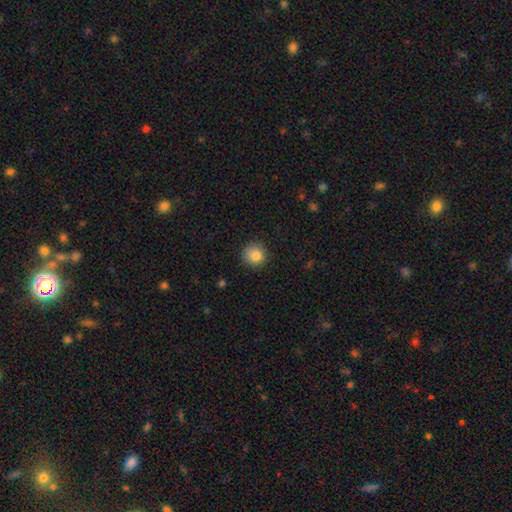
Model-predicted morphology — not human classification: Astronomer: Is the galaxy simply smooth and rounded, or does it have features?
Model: smooth — 85%.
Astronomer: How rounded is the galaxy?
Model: round — 92%.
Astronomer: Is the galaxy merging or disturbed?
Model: none — 88%.